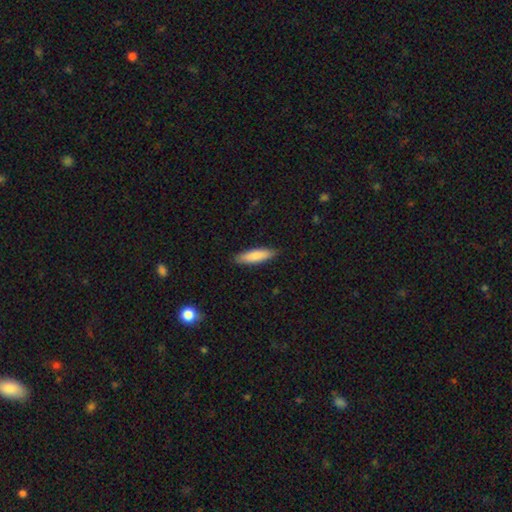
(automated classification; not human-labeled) smooth-or-featured: smooth: 85% | featured or disk: 10% | star or artifact: 5%
  how-rounded: cigar-shaped: 64% | in between: 35% | round: 1%
  merging: none: 88% | minor disturbance: 9% | major disturbance: 2% | merger: 1%